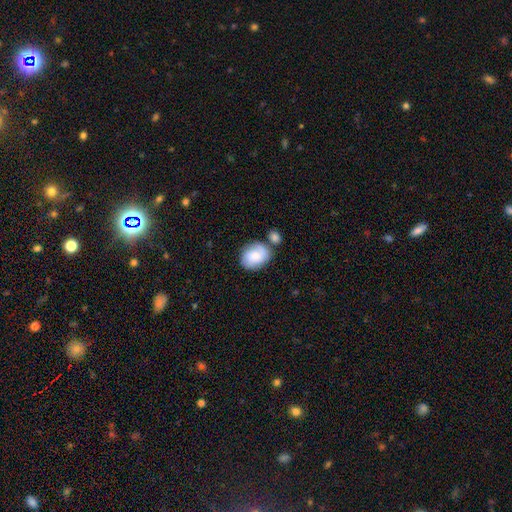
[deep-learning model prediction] smooth-or-featured: smooth: 68% | featured or disk: 25% | star or artifact: 7%
  how-rounded: in between: 60% | round: 39% | cigar-shaped: 1%
  merging: none: 51% | merger: 22% | minor disturbance: 21% | major disturbance: 7%